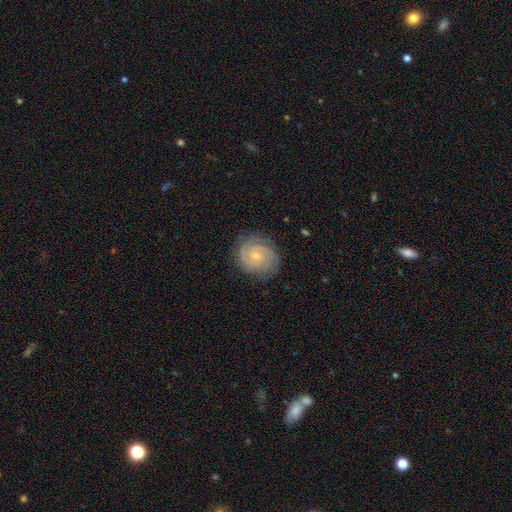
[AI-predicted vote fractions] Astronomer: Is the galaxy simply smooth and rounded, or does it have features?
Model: featured or disk — 86%.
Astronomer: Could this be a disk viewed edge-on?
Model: no — 98%.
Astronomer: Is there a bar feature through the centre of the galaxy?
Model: no — 68%.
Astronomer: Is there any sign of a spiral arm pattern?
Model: yes — 98%.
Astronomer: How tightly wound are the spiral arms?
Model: tight — 75%.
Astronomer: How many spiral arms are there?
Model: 2 — 51%.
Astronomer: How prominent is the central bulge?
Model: small — 73%.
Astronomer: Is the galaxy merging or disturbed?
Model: none — 83%.